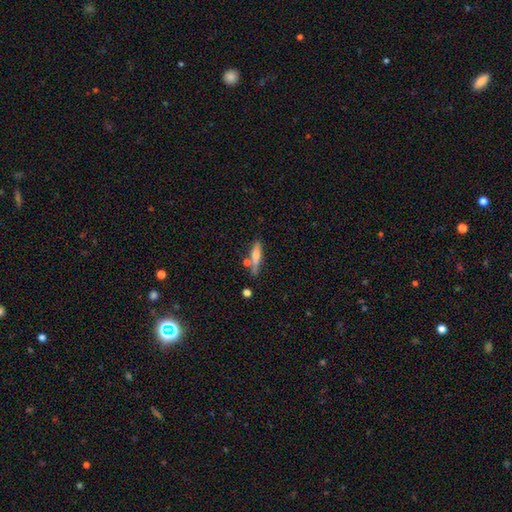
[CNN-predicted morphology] smooth 64%, featured or disk 29%, star or artifact 7%. Down the decision tree: how rounded — cigar-shaped (76%); merging — none (61%).